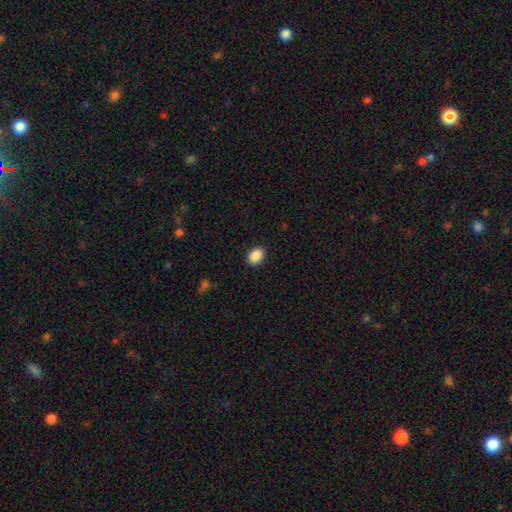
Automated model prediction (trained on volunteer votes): Smooth or featured? Predicted: smooth (p=0.89). How rounded? Predicted: in between (p=0.73). Merging? Predicted: none (p=0.90).